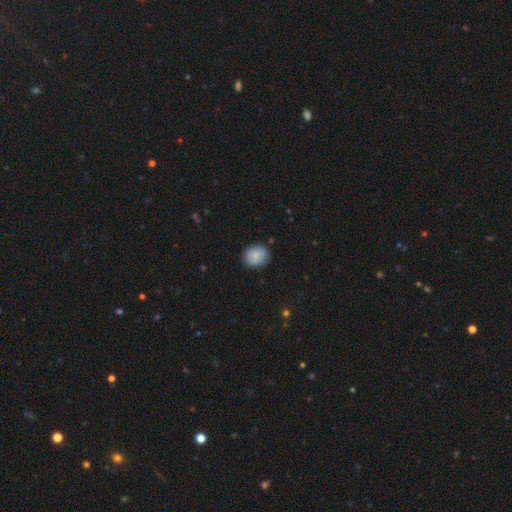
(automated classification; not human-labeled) Smooth or featured?
  - smooth: 86% *
  - star or artifact: 8%
  - featured or disk: 6%
How rounded?
  - round: 57% *
  - in between: 42%
  - cigar-shaped: 1%
Merging?
  - none: 83% *
  - minor disturbance: 13%
  - major disturbance: 3%
  - merger: 1%